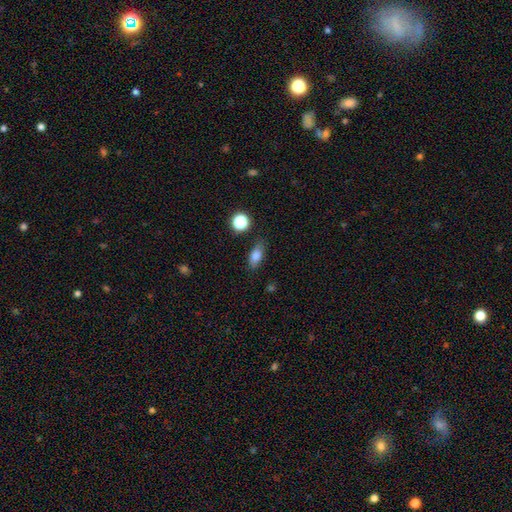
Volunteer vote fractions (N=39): This appears to be a smooth galaxy with no disk features (82%) that is in between round and cigar-shaped (75%). Merging: none (77%).